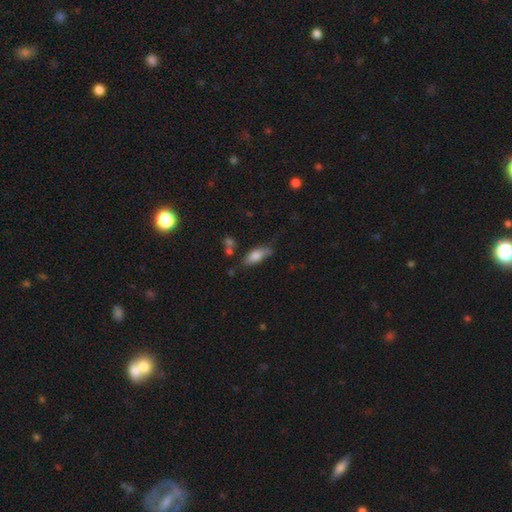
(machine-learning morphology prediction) Smooth or featured? smooth (74%)
How rounded? in between (74%)
Merging? none (55%)